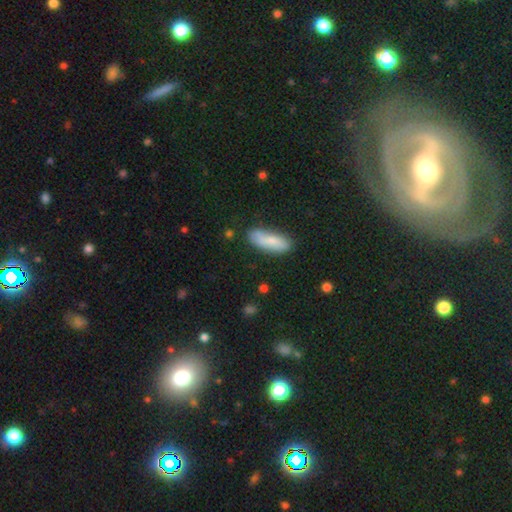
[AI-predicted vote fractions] This is possibly a featured or disk galaxy (46%). Merging: likely none (74%).